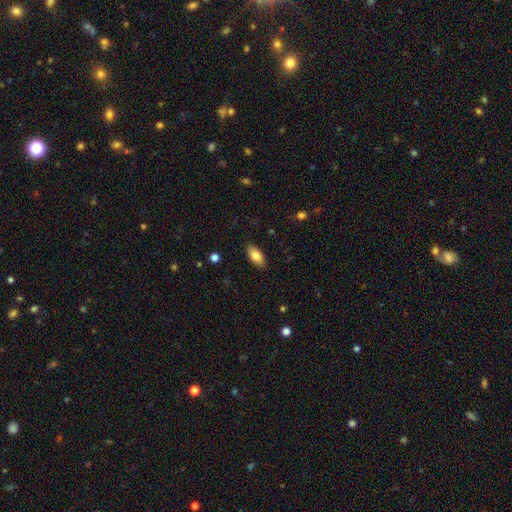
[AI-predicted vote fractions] This is clearly a smooth galaxy (84%). How rounded: clearly in between (91%). Merging: clearly none (88%).